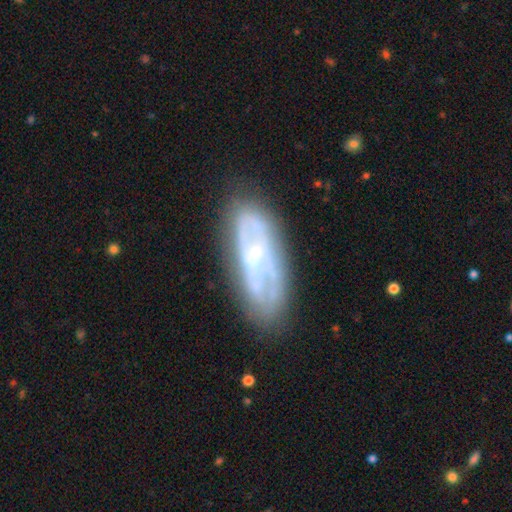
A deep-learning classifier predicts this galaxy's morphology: Smooth or featured? Predicted: featured or disk (p=0.69). Edge-on disk? Predicted: no (p=0.84). Bar? Predicted: no (p=0.60). Spiral arms? Predicted: yes (p=0.54). Bulge size? Predicted: small (p=0.63). Merging? Predicted: none (p=0.68).